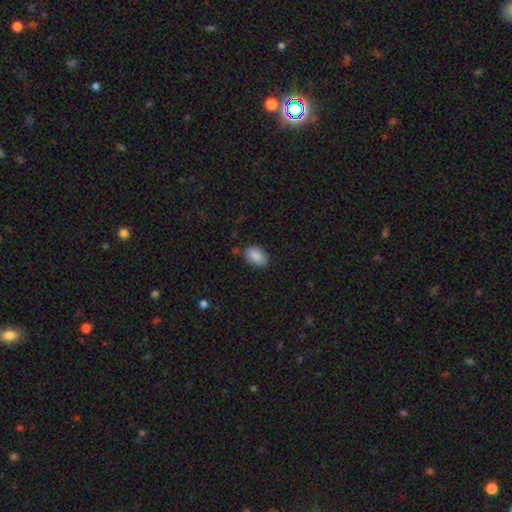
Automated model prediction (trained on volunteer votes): Smooth or featured? smooth (89%)
How rounded? in between (91%)
Merging? none (81%)